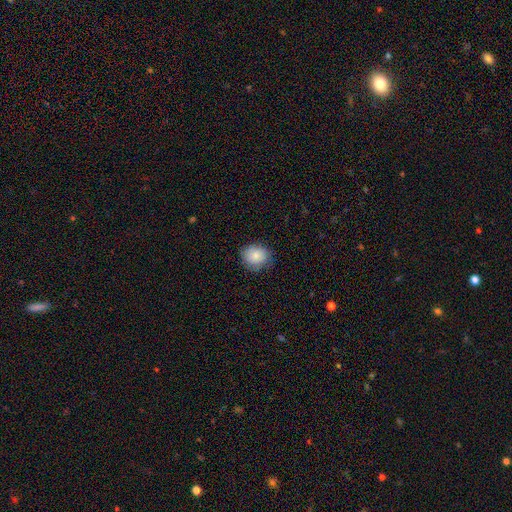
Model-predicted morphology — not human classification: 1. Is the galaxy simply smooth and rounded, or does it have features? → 86% smooth, 8% star or artifact, 6% featured or disk.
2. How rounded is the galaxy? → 71% round, 28% in between, 1% cigar-shaped.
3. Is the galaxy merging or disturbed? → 80% none, 16% minor disturbance, 4% major disturbance, 1% merger.